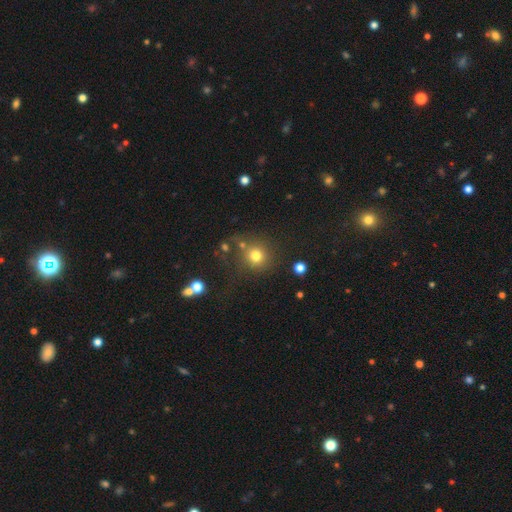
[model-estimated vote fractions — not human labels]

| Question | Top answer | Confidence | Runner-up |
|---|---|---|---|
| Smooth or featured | smooth | 77% | star or artifact (15%) |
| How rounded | round | 91% | in between (8%) |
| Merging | none | 72% | minor disturbance (12%) |